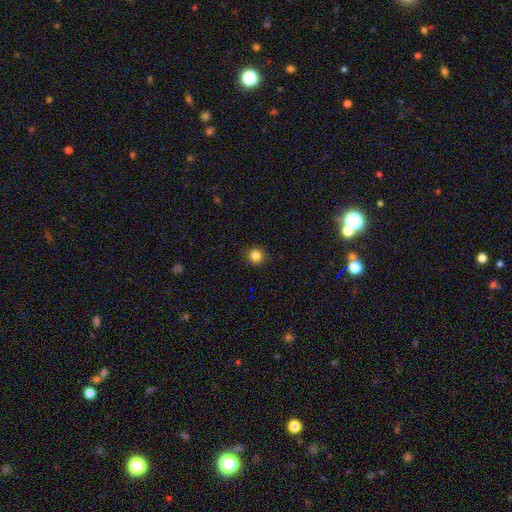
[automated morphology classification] The model was most divided on "smooth or featured": smooth: 84%, star or artifact: 12%, featured or disk: 4%. More confident: how rounded — round (94%); merging — none (92%).